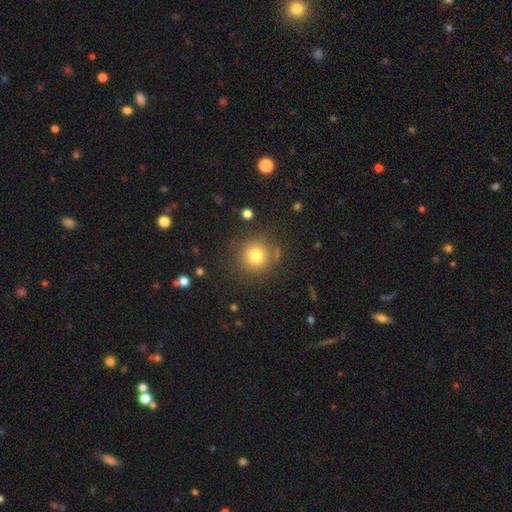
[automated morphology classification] type=smooth (77%); roundness=round (93%); merging=none (83%).